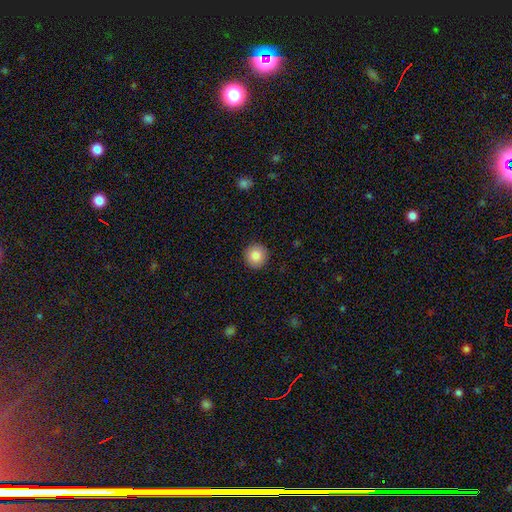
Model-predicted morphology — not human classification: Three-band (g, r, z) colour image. It shows a smooth galaxy with no disk features (87%) that is round (95%). Merging: none (92%).